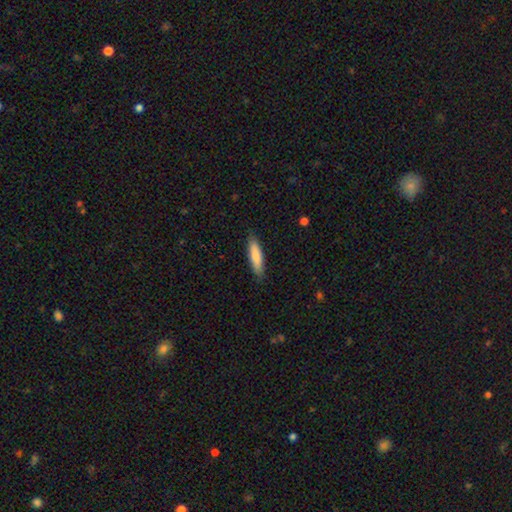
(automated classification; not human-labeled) A smooth galaxy with no disk features (82%) that is cigar-shaped (70%). Merging: none (86%).